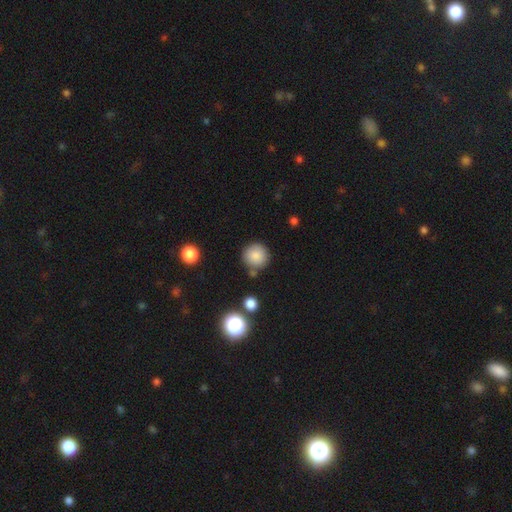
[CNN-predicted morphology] A smooth galaxy with no disk features (85%) that is round (94%).

Vote fractions:
- Smooth or featured? smooth: 85% / star or artifact: 10% / featured or disk: 6%
- How rounded? round: 94% / in between: 5% / cigar-shaped: 1%
- Merging? none: 83% / minor disturbance: 10% / merger: 5% / major disturbance: 3%